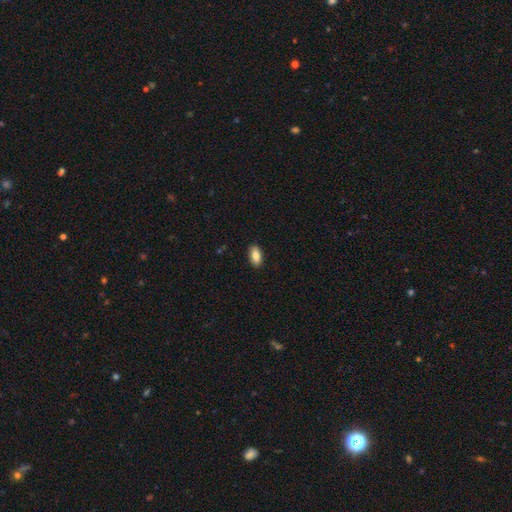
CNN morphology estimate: Q: Smooth or featured?
A: smooth (84%); runner-up: featured or disk (9%)
Q: How rounded?
A: in between (91%); runner-up: cigar-shaped (6%)
Q: Merging?
A: none (90%); runner-up: minor disturbance (7%)